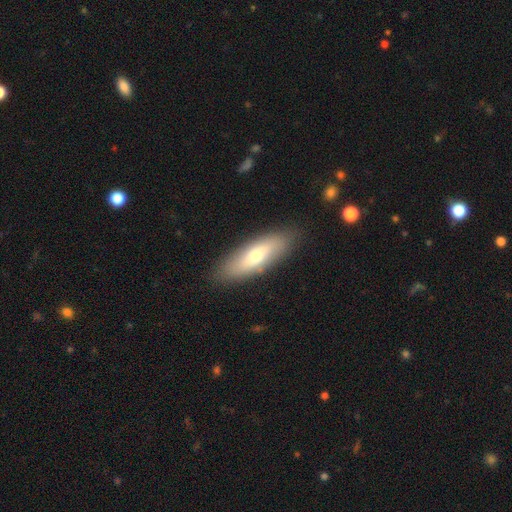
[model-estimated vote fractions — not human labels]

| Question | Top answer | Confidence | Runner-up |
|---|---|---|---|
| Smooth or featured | smooth | 60% | featured or disk (33%) |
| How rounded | in between | 56% | cigar-shaped (42%) |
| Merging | none | 88% | minor disturbance (9%) |